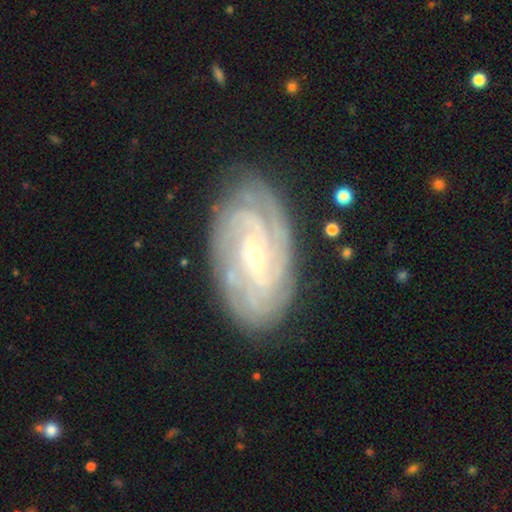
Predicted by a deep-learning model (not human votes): smooth-or-featured: featured or disk: 89% | smooth: 6% | star or artifact: 5%
  disk-edge-on: no: 96% | yes: 4%
    bar: no: 42% | weak: 39% | strong: 19%
    has-spiral-arms: yes: 97% | no: 3%
      spiral-winding: tight: 75% | medium: 21% | loose: 4%
      spiral-arm-count: can't tell: 24% (tied) | 4: 24% (tied) | 3: 20% | 2: 16% | more than 4: 9% | 1: 6%
    bulge-size: small: 71% | moderate: 26% | large: 1% | none: 1% | dominant: 1%
  merging: none: 83% | minor disturbance: 13% | major disturbance: 3% | merger: 1%